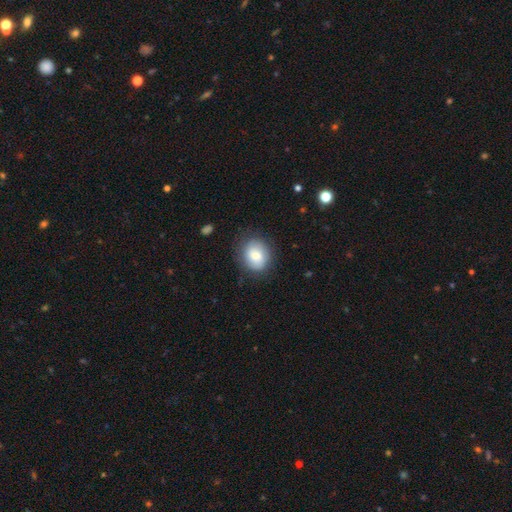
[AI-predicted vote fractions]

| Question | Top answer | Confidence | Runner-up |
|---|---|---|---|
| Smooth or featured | smooth | 75% | featured or disk (18%) |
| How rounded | round | 62% | in between (37%) |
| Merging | none | 79% | minor disturbance (15%) |